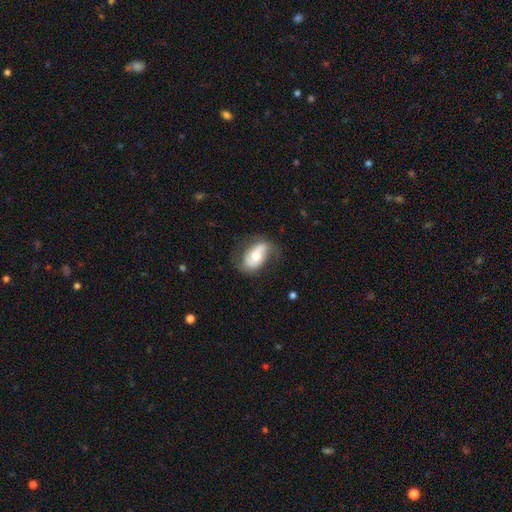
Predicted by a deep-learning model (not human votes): This is possibly a featured or disk galaxy (53%). It is clearly not viewed edge-on (93%). Merging: likely none (61%).